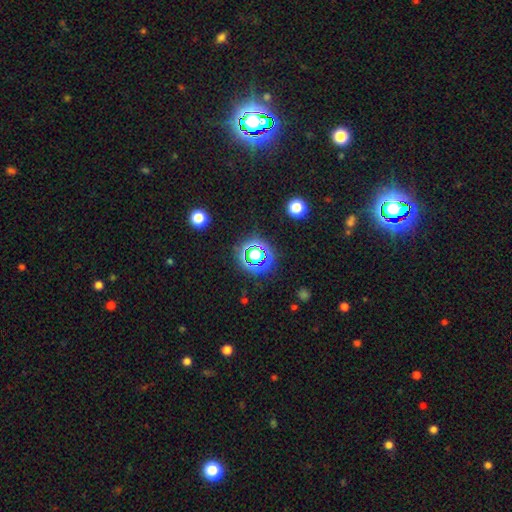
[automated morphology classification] Smooth or featured: star or artifact — 61% (smooth — 27%)